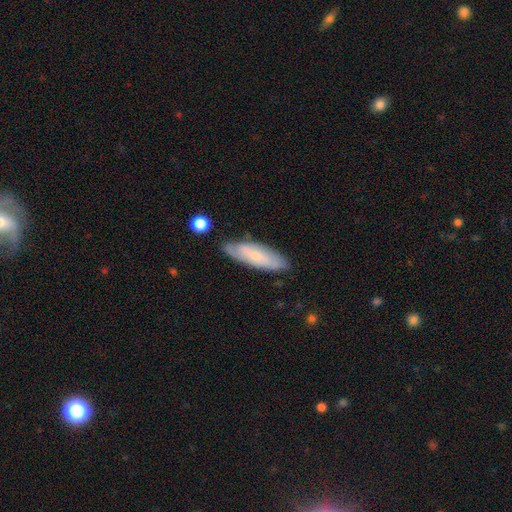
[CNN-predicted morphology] Overall: smooth (50%; featured or disk 44%). Merging: none (76%).